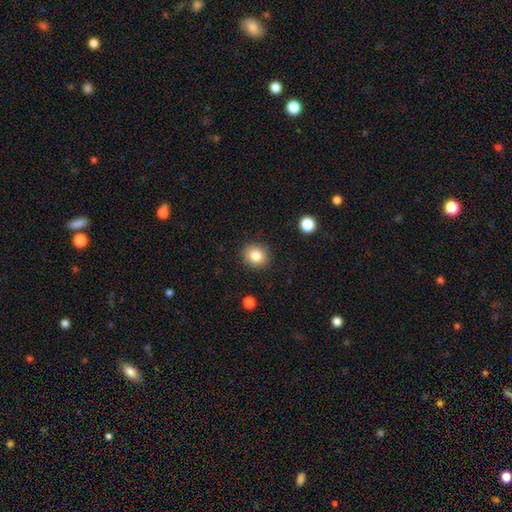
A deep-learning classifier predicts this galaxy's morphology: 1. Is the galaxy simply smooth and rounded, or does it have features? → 83% smooth, 10% star or artifact, 7% featured or disk.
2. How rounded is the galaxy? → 74% round, 25% in between, 1% cigar-shaped.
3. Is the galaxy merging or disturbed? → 88% none, 8% minor disturbance, 2% major disturbance, 1% merger.